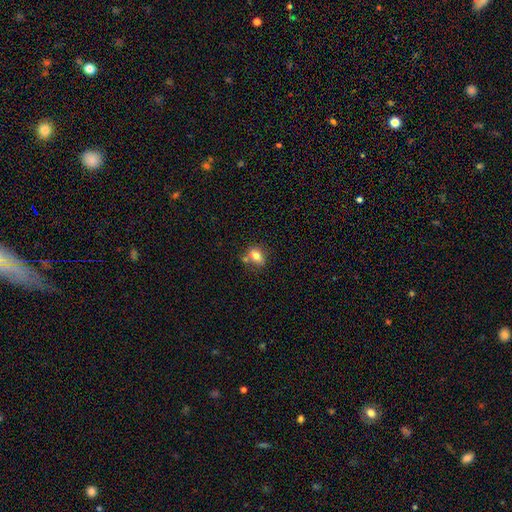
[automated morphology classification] smooth 73%, featured or disk 16%, star or artifact 10%. Down the decision tree: how rounded — in between (61%); merging — none (52%).